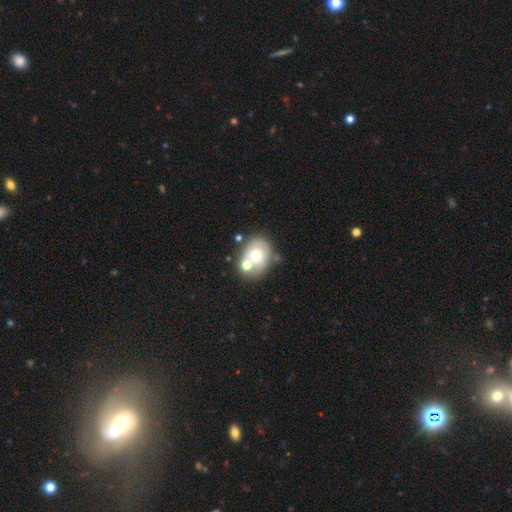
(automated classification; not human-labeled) This is likely a smooth galaxy (62%). How rounded: possibly in between (59%). Merging: possibly none (49%).